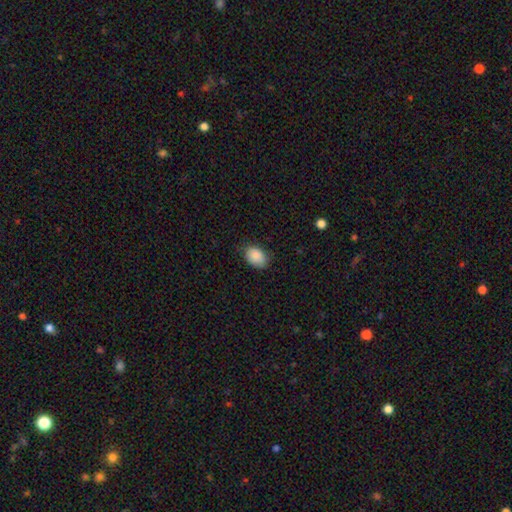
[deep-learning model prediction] Morphology: type=smooth (88%); roundness=in between (82%); merging=none (73%).